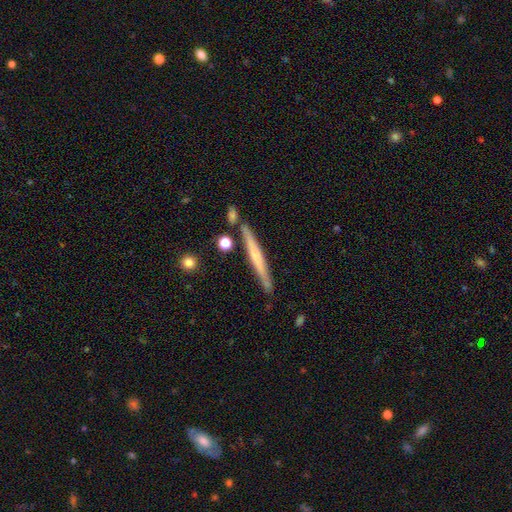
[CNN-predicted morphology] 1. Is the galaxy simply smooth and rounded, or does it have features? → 51% featured or disk, 43% smooth, 6% star or artifact.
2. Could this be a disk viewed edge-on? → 96% yes, 4% no.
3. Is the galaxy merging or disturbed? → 82% none, 10% minor disturbance, 5% merger, 2% major disturbance.